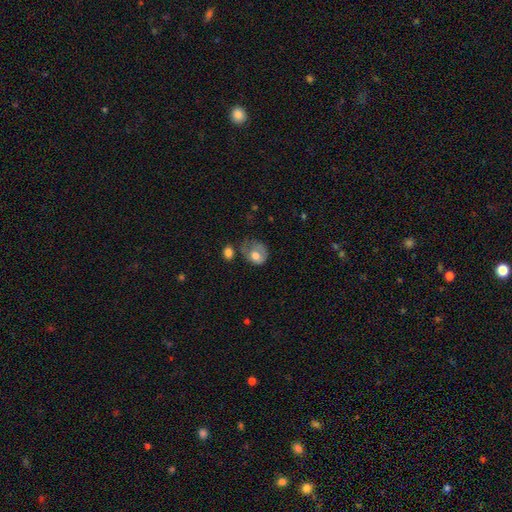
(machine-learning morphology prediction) This is likely a smooth galaxy (66%). How rounded: possibly round (52%). Merging: marginally major disturbance (32%).